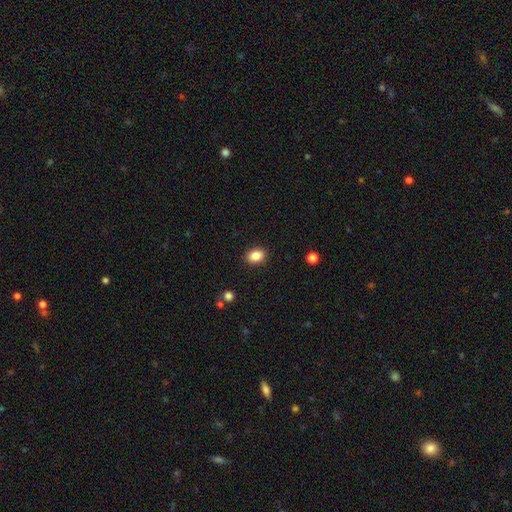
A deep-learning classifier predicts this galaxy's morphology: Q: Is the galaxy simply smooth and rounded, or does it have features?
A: smooth — 87%.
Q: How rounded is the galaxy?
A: in between — 72%.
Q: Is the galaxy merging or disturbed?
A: none — 89%.